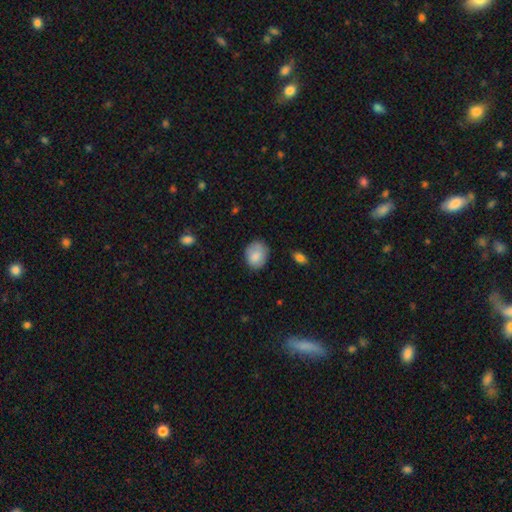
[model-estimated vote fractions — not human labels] Smooth or featured?
  - smooth: 85% *
  - featured or disk: 8%
  - star or artifact: 7%
How rounded?
  - round: 51% *
  - in between: 48%
  - cigar-shaped: 1%
Merging?
  - none: 75% *
  - minor disturbance: 19%
  - major disturbance: 4%
  - merger: 1%